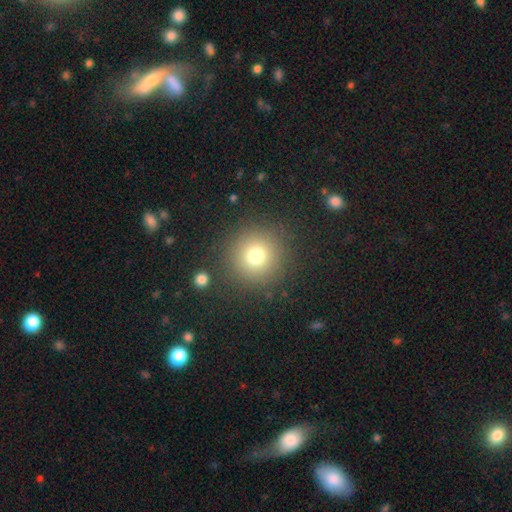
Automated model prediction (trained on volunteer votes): A smooth galaxy with no disk features (75%) that is round (95%). Merging: none (87%).